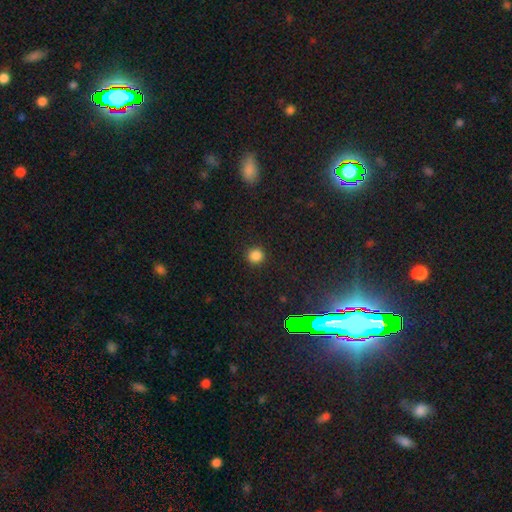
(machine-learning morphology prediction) type=smooth (83%); roundness=round (93%); merging=none (91%).